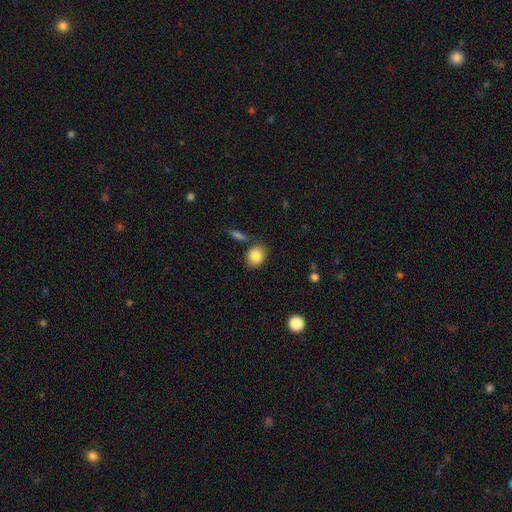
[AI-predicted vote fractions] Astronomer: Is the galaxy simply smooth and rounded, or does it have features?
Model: smooth — 85%.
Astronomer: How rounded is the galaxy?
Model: round — 52% (runner-up: in between, 47%).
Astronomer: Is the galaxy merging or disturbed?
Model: none — 77%.